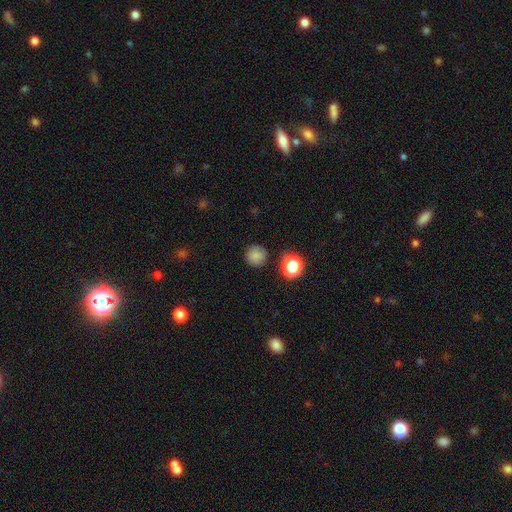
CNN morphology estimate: The model was most divided on "smooth or featured": smooth: 80%, star or artifact: 14%, featured or disk: 6%. More confident: how rounded — round (94%); merging — none (85%).